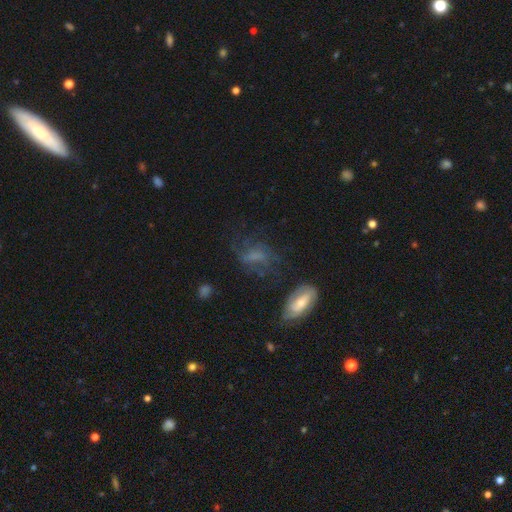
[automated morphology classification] The model was most divided on "smooth or featured": featured or disk: 43%, smooth: 40%, star or artifact: 18%. Remaining: merging — none (48%).